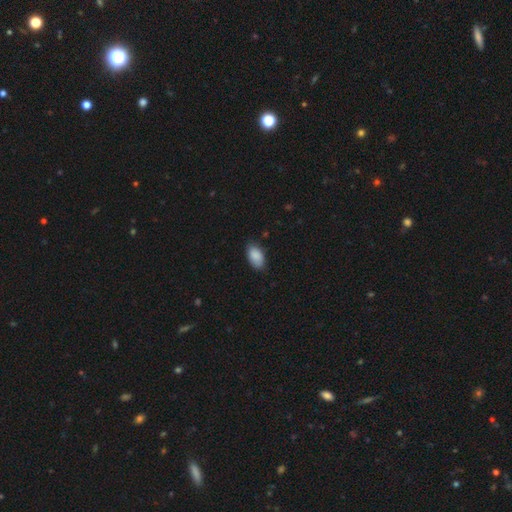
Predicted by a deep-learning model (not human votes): This appears to be a smooth galaxy with no disk features (88%) that is in between round and cigar-shaped (95%). Merging: none (79%).